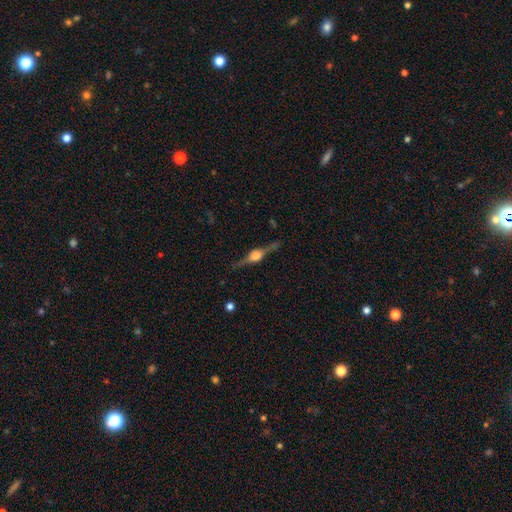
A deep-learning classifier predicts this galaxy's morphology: Q: Smooth or featured?
A: featured or disk (84%); runner-up: smooth (9%)
Q: Edge-on disk?
A: yes (98%); runner-up: no (2%)
Q: Edge-on bulge?
A: rounded (92%); runner-up: boxy (7%)
Q: Merging?
A: none (87%); runner-up: minor disturbance (9%)